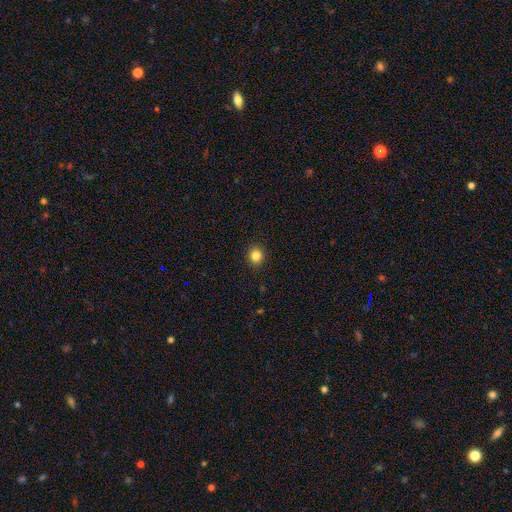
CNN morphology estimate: A smooth galaxy with no disk features (84%) that is round (83%).

Vote fractions:
- Smooth or featured? smooth: 84% / star or artifact: 11% / featured or disk: 5%
- How rounded? round: 83% / in between: 16% / cigar-shaped: 1%
- Merging? none: 91% / minor disturbance: 6% / major disturbance: 2% / merger: 1%